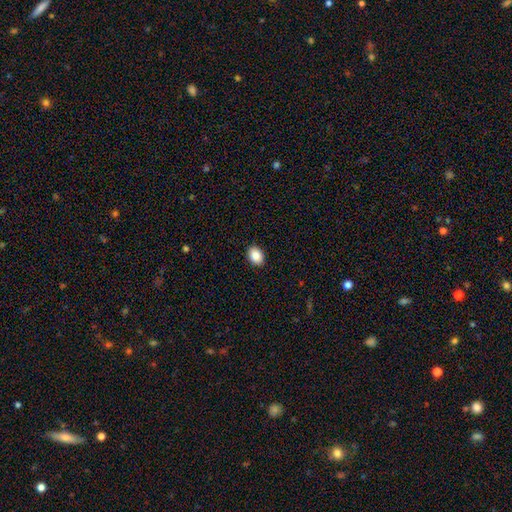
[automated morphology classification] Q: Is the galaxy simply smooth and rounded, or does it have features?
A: smooth — 89%.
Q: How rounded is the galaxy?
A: in between — 76%.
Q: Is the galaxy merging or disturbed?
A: none — 90%.